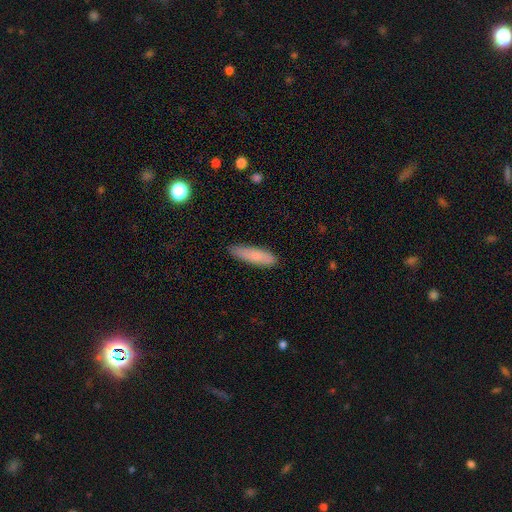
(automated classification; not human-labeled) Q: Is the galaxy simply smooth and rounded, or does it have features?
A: smooth — 80%.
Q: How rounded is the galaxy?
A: cigar-shaped — 71%.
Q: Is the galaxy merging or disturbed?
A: none — 84%.